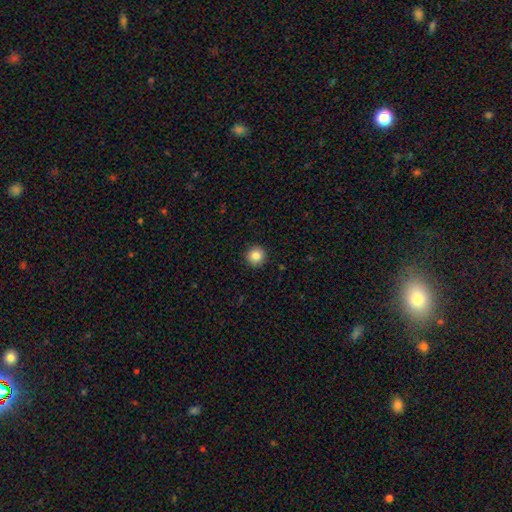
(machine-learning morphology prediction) Smooth or featured? smooth (85%)
How rounded? round (95%)
Merging? none (92%)